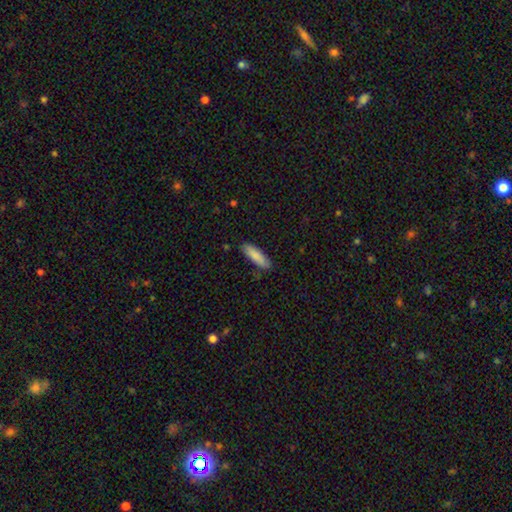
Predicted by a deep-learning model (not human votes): Smooth or featured?
  - smooth: 86% *
  - featured or disk: 9%
  - star or artifact: 6%
How rounded?
  - cigar-shaped: 56% *
  - in between: 42%
  - round: 1%
Merging?
  - none: 85% *
  - minor disturbance: 12%
  - major disturbance: 2%
  - merger: 1%